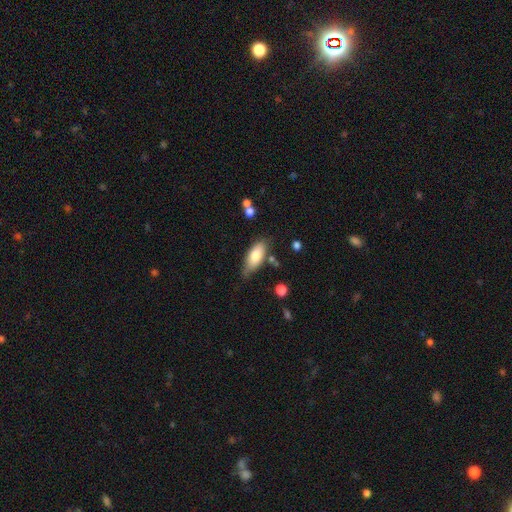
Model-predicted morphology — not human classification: type=smooth (77%); roundness=in between (83%); merging=none (65%).